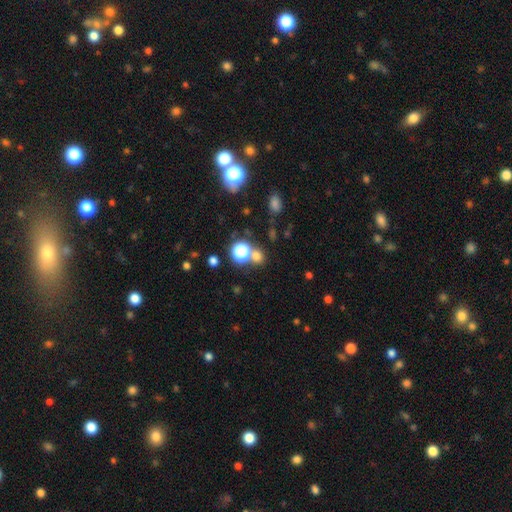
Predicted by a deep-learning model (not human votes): This appears to be a smooth galaxy with no disk features (65%) that is round (82%). Merging: none (66%).